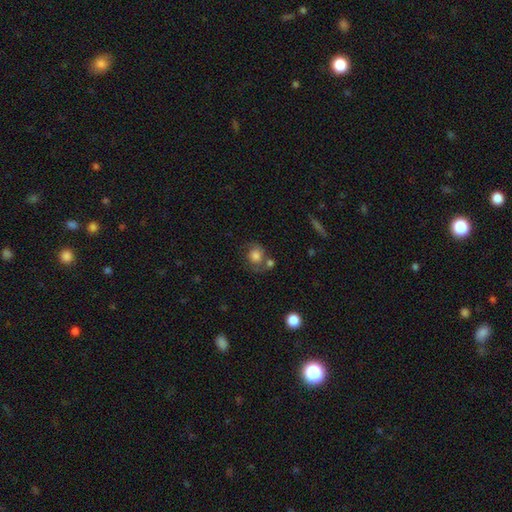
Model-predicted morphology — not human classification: Q: Smooth or featured?
A: smooth (69%); runner-up: featured or disk (21%)
Q: How rounded?
A: round (75%); runner-up: in between (24%)
Q: Merging?
A: none (49%); runner-up: merger (21%)